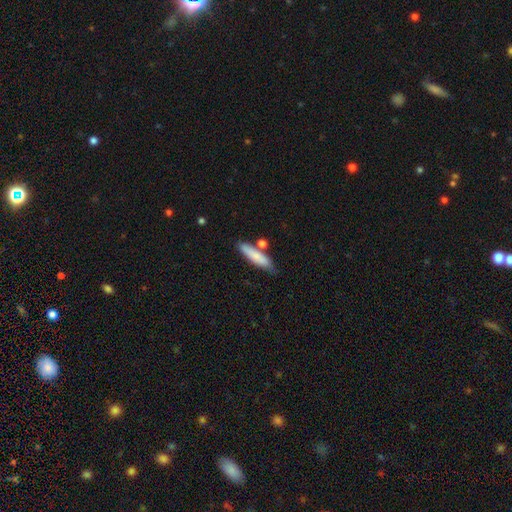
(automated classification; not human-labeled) Q: Smooth or featured?
A: smooth (80%); runner-up: featured or disk (14%)
Q: How rounded?
A: cigar-shaped (73%); runner-up: in between (25%)
Q: Merging?
A: none (65%); runner-up: minor disturbance (18%)